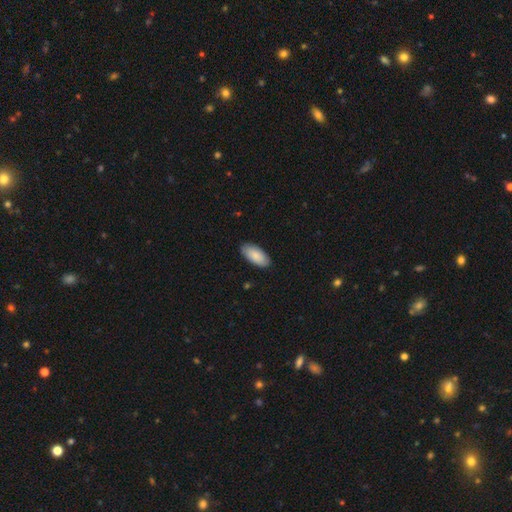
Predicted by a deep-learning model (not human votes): smooth-or-featured: smooth: 87% | featured or disk: 8% | star or artifact: 5%
  how-rounded: in between: 93% | cigar-shaped: 5% | round: 2%
  merging: none: 87% | minor disturbance: 10% | major disturbance: 2% | merger: 1%